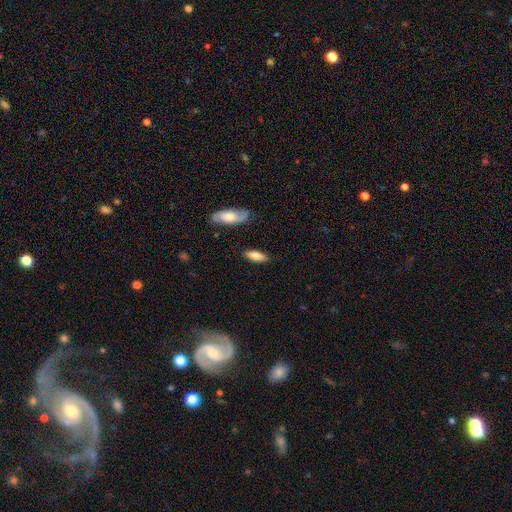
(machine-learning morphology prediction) This appears to be a smooth galaxy with no disk features (77%) that is in between round and cigar-shaped (64%). Merging: none (83%).